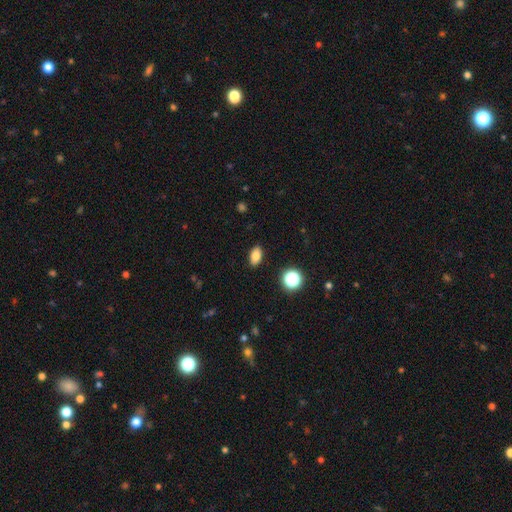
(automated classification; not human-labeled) This appears to be a smooth galaxy with no disk features (83%) that is in between round and cigar-shaped (88%). Merging: none (89%).